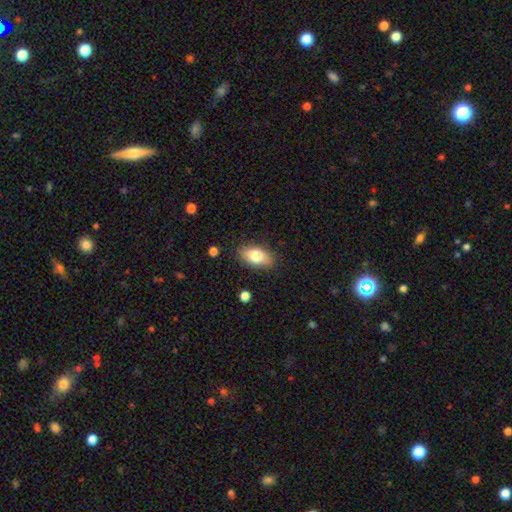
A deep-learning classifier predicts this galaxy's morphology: smooth 79%, featured or disk 14%, star or artifact 7%. Down the decision tree: how rounded — in between (90%); merging — none (84%).